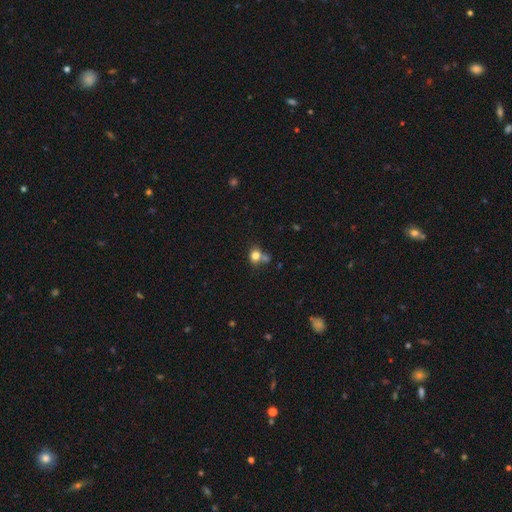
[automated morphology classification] Smooth or featured?
  - smooth: 78% *
  - star or artifact: 12%
  - featured or disk: 10%
How rounded?
  - round: 64% *
  - in between: 35%
  - cigar-shaped: 1%
Merging?
  - none: 49% *
  - merger: 26%
  - minor disturbance: 17%
  - major disturbance: 7%